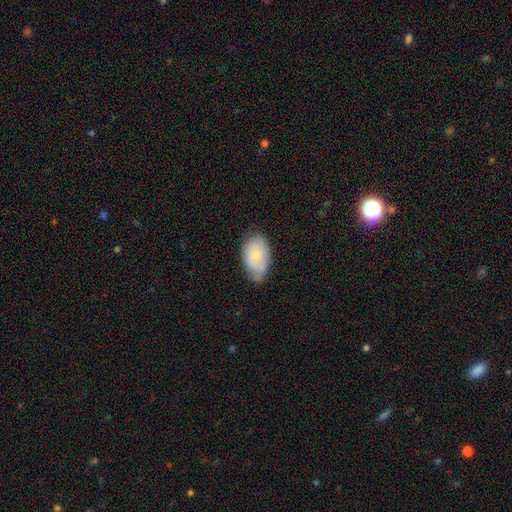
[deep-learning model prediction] A smooth galaxy with no disk features (68%) that is in between round and cigar-shaped (91%).

Vote fractions:
- Smooth or featured? smooth: 68% / featured or disk: 25% / star or artifact: 7%
- How rounded? in between: 91% / round: 8% / cigar-shaped: 1%
- Merging? none: 57% / minor disturbance: 34% / major disturbance: 6% / merger: 3%